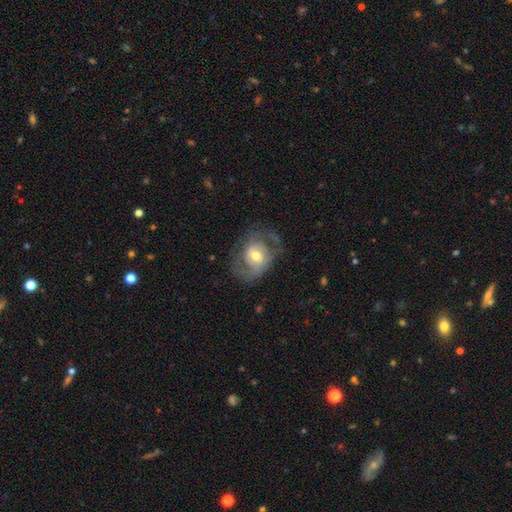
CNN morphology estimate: This is likely a featured or disk galaxy (72%). It is clearly not viewed edge-on (96%). Bar: possibly no (53%). Spiral arm pattern: clearly yes (83%). Spiral arm count: likely 2 (75%). Spiral winding: possibly medium (47%). Central bulge: likely moderate (67%). Merging: likely none (62%).